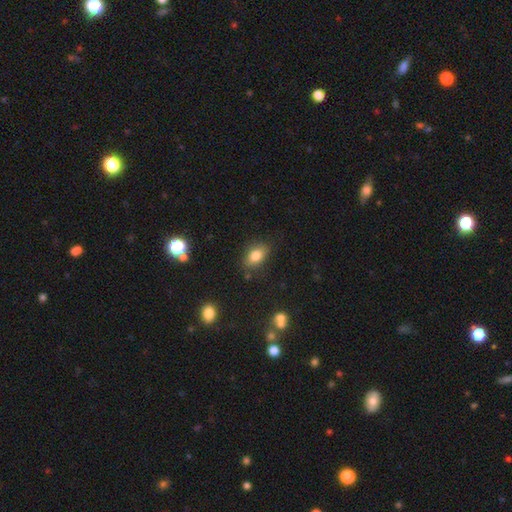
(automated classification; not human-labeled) Q: Smooth or featured?
A: smooth (80%); runner-up: featured or disk (10%)
Q: How rounded?
A: in between (85%); runner-up: round (12%)
Q: Merging?
A: none (80%); runner-up: minor disturbance (14%)